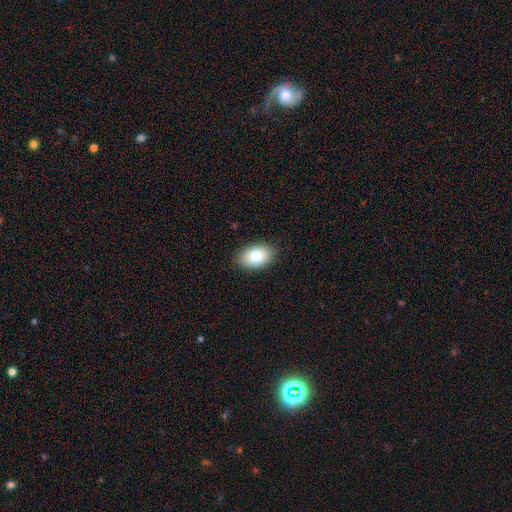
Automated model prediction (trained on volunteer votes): The model was most divided on "smooth or featured": smooth: 81%, featured or disk: 11%, star or artifact: 8%. More confident: how rounded — in between (89%); merging — none (88%).